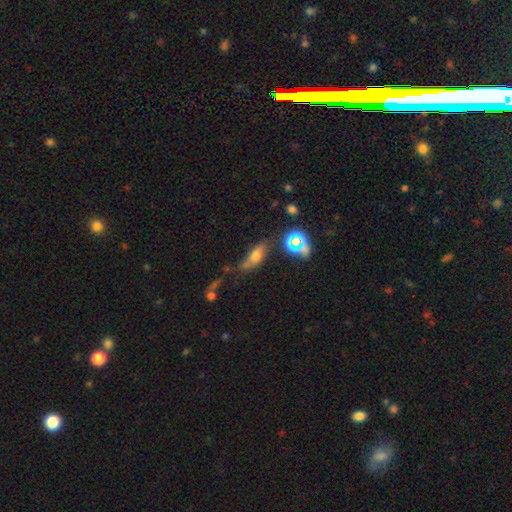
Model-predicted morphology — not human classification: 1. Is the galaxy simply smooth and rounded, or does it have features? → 54% smooth, 26% featured or disk, 20% star or artifact.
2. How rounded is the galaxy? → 67% in between, 24% cigar-shaped, 9% round.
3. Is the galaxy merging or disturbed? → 47% none, 26% minor disturbance, 15% major disturbance, 12% merger.